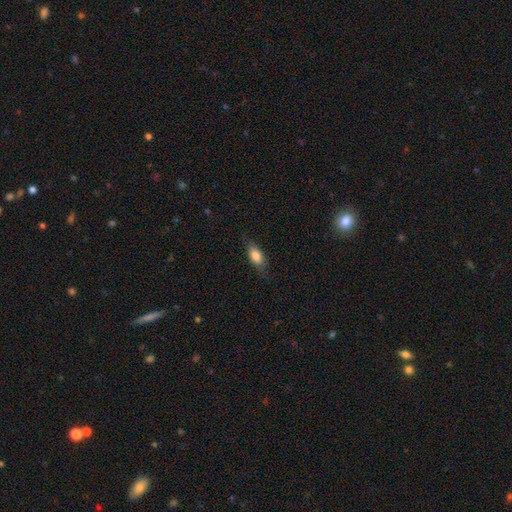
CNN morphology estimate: type=smooth (80%); roundness=in between (79%); merging=none (76%).